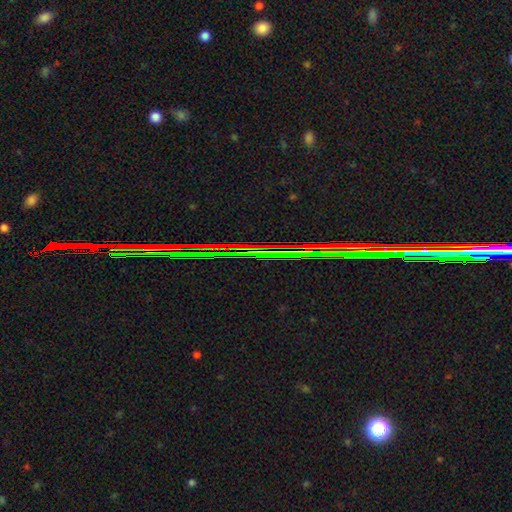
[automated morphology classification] Smooth or featured: star or artifact — 86% (featured or disk — 8%)